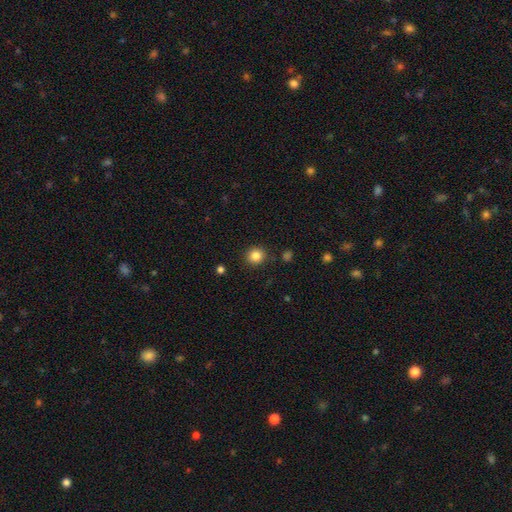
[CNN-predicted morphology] A smooth galaxy with no disk features (84%) that is round (88%). Merging: none (89%).